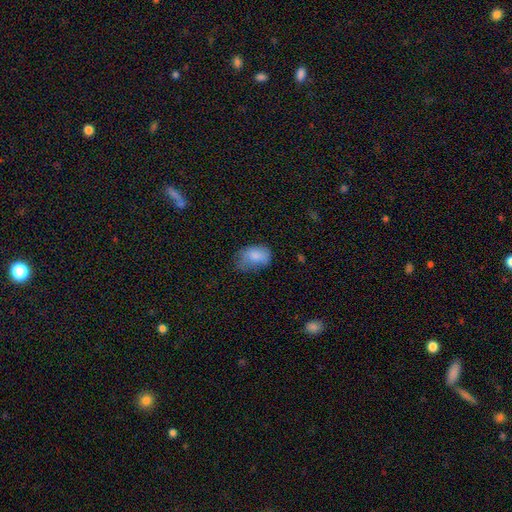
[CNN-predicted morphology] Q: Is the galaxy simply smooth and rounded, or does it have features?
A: smooth — 81%.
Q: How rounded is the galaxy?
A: in between — 85%.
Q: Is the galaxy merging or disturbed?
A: none — 45%.